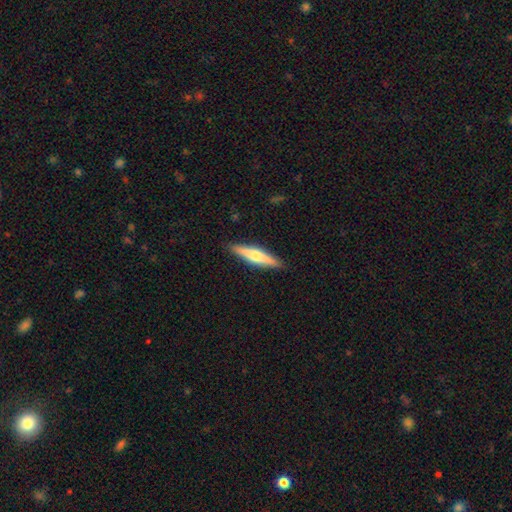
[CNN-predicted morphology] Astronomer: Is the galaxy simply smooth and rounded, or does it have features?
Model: featured or disk — 48% (runner-up: smooth, 47%).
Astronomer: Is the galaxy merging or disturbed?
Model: none — 90%.